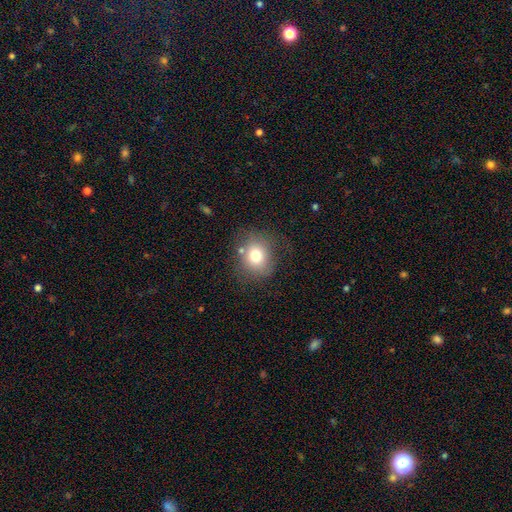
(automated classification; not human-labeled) Smooth or featured: smooth — 74% (featured or disk — 14%)
How rounded: round — 68% (in between — 32%)
Merging: none — 67% (minor disturbance — 19%)